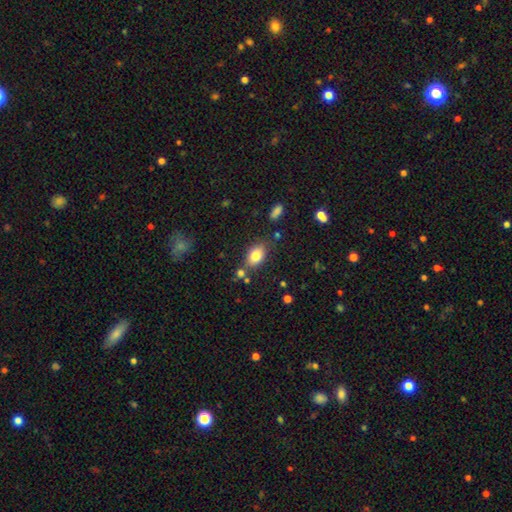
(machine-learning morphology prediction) Smooth or featured? smooth (81%)
How rounded? in between (84%)
Merging? none (72%)